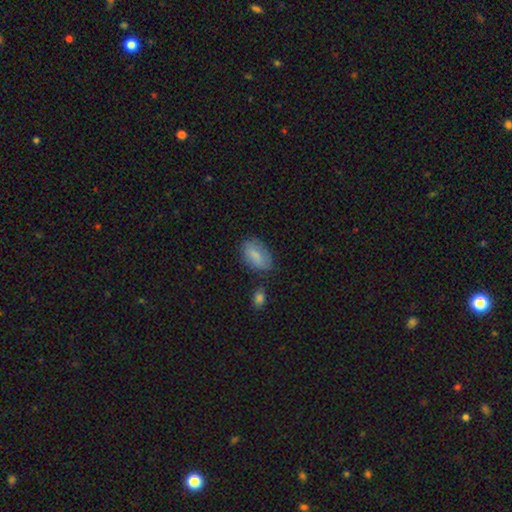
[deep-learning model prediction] The model was most divided on "merging": none: 69%, minor disturbance: 22%, major disturbance: 5%, merger: 4%. More confident: how rounded — in between (91%); smooth or featured — smooth (81%).